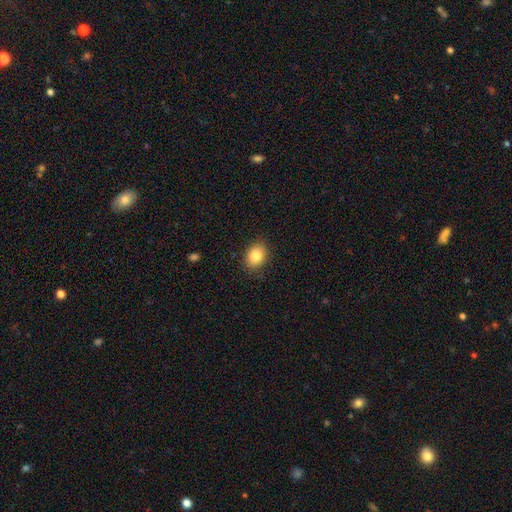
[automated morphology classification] A smooth galaxy with no disk features (84%) that is in between round and cigar-shaped (56%). Merging: none (88%).